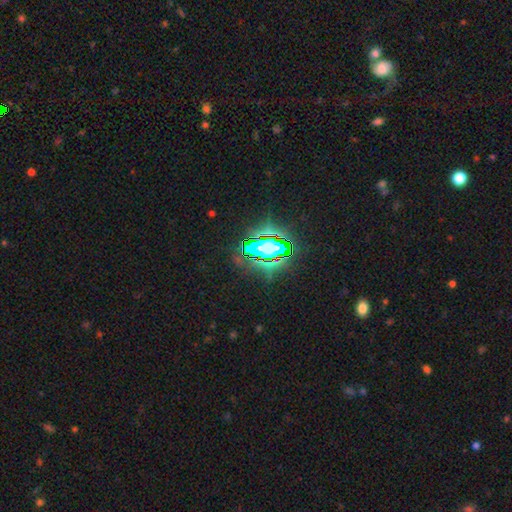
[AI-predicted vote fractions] Morphology: type=star or artifact (81%).